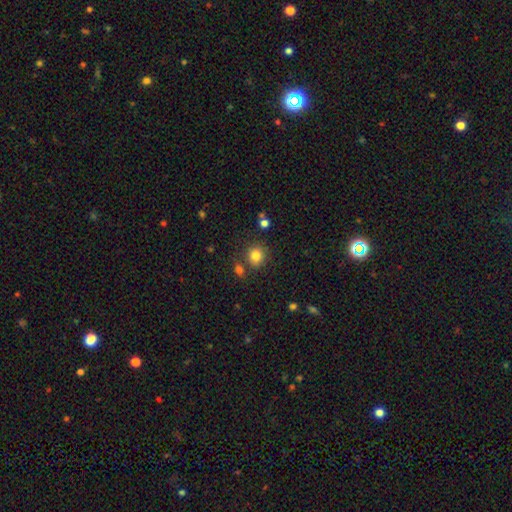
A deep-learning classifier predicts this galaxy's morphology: A smooth galaxy with no disk features (82%) that is round (85%). Merging: none (77%).